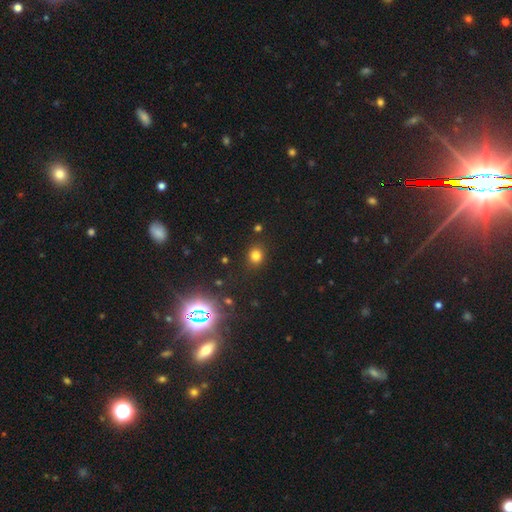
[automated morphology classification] Overall: smooth (75%). How rounded: round (78%). Merging: none (86%).